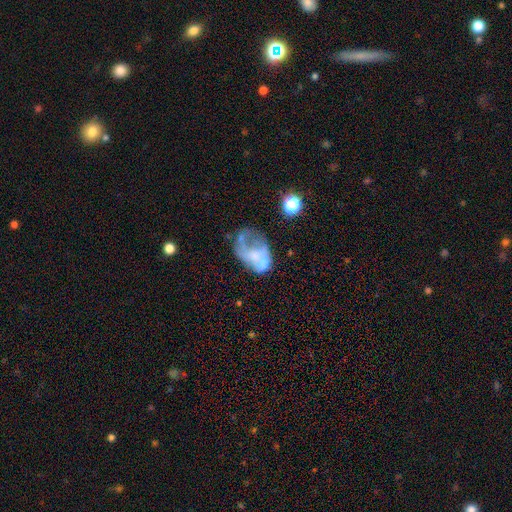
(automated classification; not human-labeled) smooth-or-featured: featured or disk: 56% | smooth: 31% | star or artifact: 13%
  disk-edge-on: no: 98% | yes: 2%
    bar: no: 84% | weak: 13% | strong: 3%
    has-spiral-arms: no: 81% | yes: 19%
    bulge-size: none: 57% | small: 20% | moderate: 18% | large: 4% | dominant: 2%
  merging: major disturbance: 39% | none: 25% | minor disturbance: 19% | merger: 17%